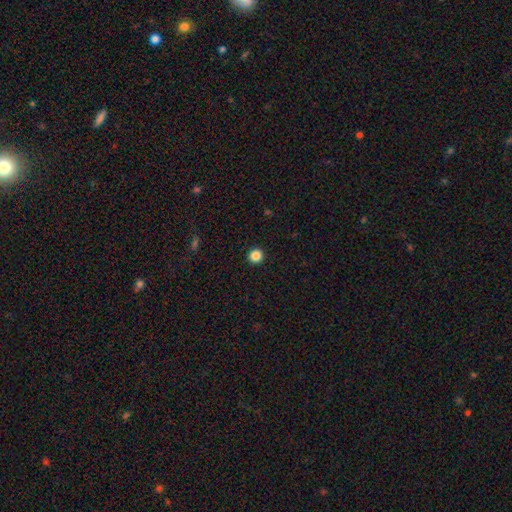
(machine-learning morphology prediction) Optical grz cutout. It shows a smooth galaxy with no disk features (86%) that is round (95%). Merging: none (94%).